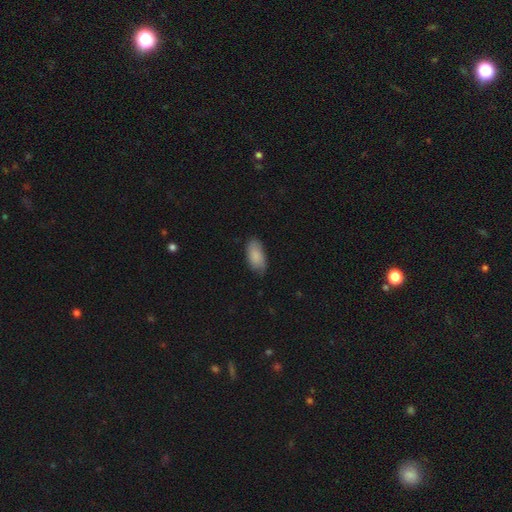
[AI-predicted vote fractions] This is clearly a smooth galaxy (84%). How rounded: clearly in between (92%). Merging: likely none (74%).